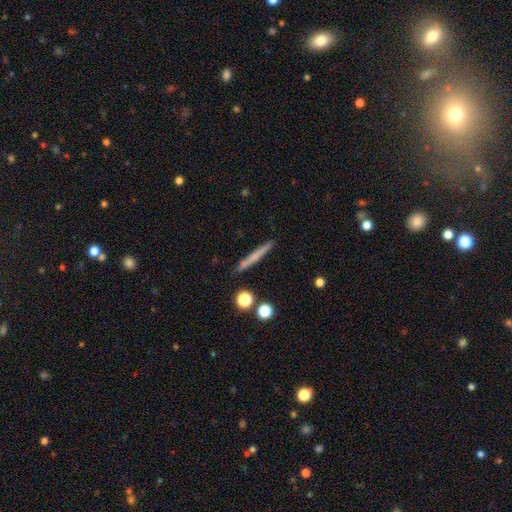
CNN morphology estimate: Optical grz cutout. It shows a smooth galaxy with no disk features (63%) that is cigar-shaped (95%). Merging: none (87%).